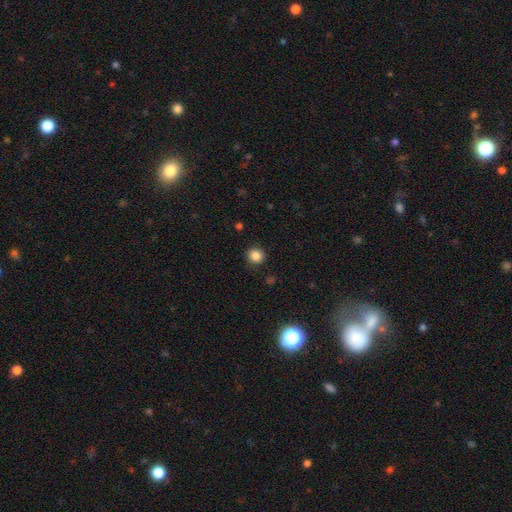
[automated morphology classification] smooth-or-featured: smooth: 86% | star or artifact: 11% | featured or disk: 3%
  how-rounded: round: 90% | in between: 9% | cigar-shaped: 1%
  merging: none: 89% | minor disturbance: 7% | major disturbance: 2% | merger: 1%